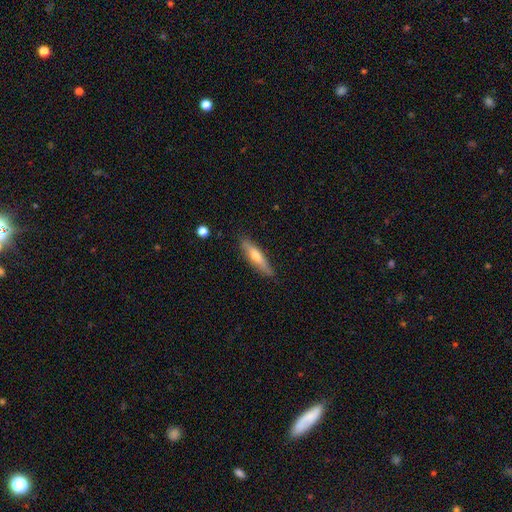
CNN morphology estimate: A smooth galaxy with no disk features (48%).

Vote fractions:
- Smooth or featured? smooth: 48% / featured or disk: 46% / star or artifact: 6%
- Merging? none: 85% / minor disturbance: 11% / major disturbance: 2% / merger: 1%